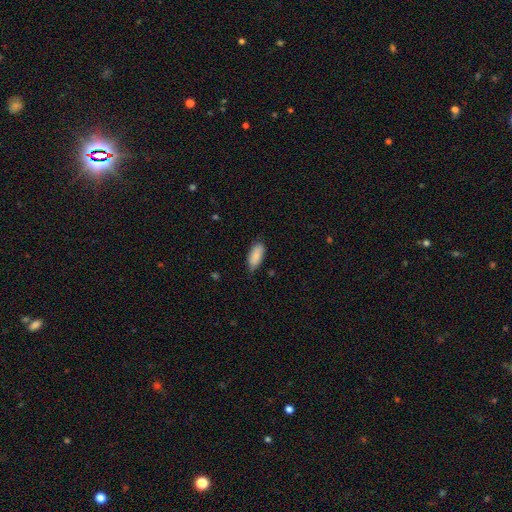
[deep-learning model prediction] Smooth or featured?
  - smooth: 87% *
  - featured or disk: 6%
  - star or artifact: 6%
How rounded?
  - in between: 86% *
  - cigar-shaped: 12%
  - round: 2%
Merging?
  - none: 67% *
  - minor disturbance: 28%
  - major disturbance: 4%
  - merger: 1%